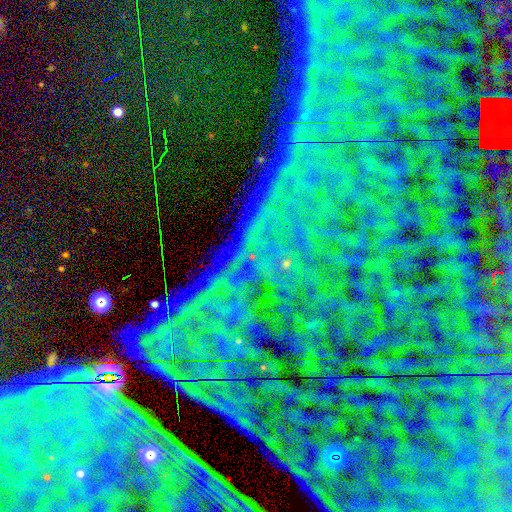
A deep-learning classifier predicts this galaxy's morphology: The model was most divided on "smooth or featured": star or artifact: 86%, featured or disk: 8%, smooth: 6%.